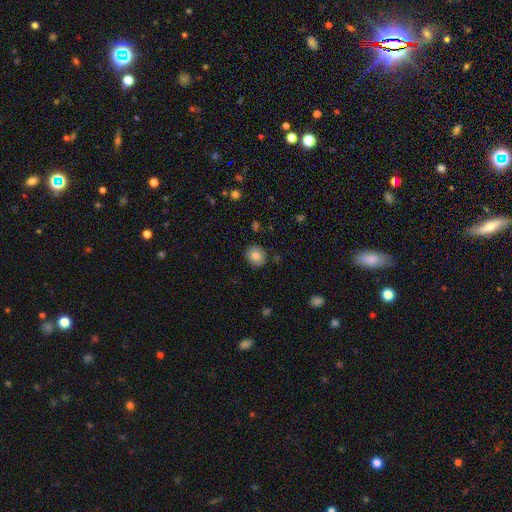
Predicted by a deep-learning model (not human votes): Smooth or featured?
  - smooth: 78% *
  - featured or disk: 14%
  - star or artifact: 9%
How rounded?
  - round: 87% *
  - in between: 12%
  - cigar-shaped: 1%
Merging?
  - none: 89% *
  - minor disturbance: 8%
  - major disturbance: 2%
  - merger: 1%